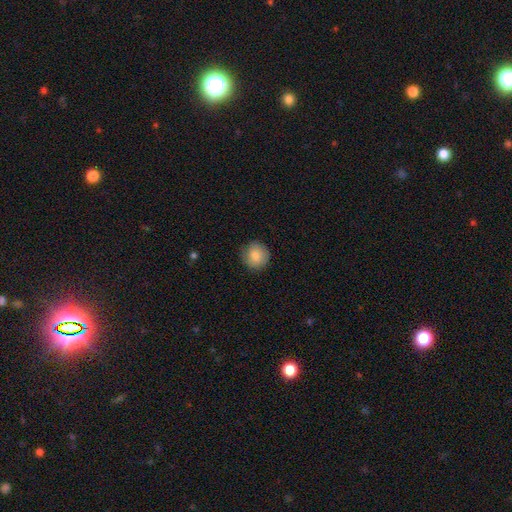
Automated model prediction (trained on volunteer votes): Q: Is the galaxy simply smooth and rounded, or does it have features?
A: smooth — 83%.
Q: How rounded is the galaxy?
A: round — 90%.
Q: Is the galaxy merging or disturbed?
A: none — 84%.